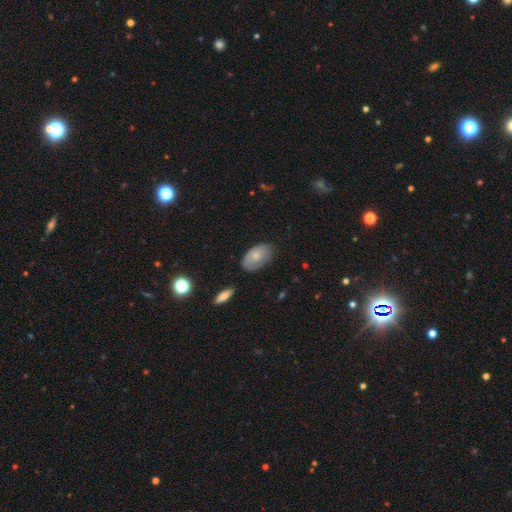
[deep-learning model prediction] A smooth galaxy with no disk features (72%) that is in between round and cigar-shaped (92%).

Vote fractions:
- Smooth or featured? smooth: 72% / featured or disk: 21% / star or artifact: 7%
- How rounded? in between: 92% / round: 6% / cigar-shaped: 2%
- Merging? none: 69% / minor disturbance: 24% / major disturbance: 5% / merger: 2%